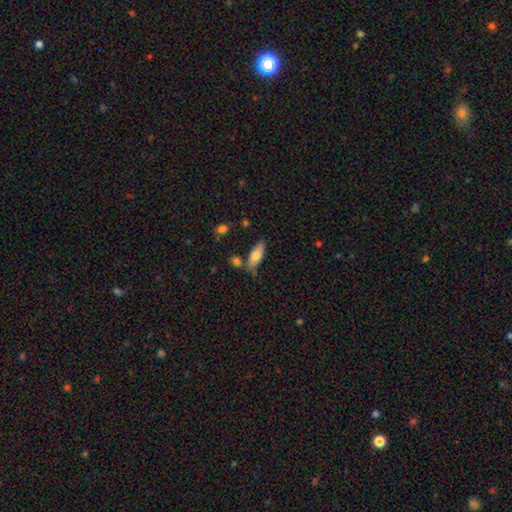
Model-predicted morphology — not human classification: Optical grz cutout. It shows a smooth galaxy with no disk features (75%) that is in between round and cigar-shaped (69%). Merging: none (73%).